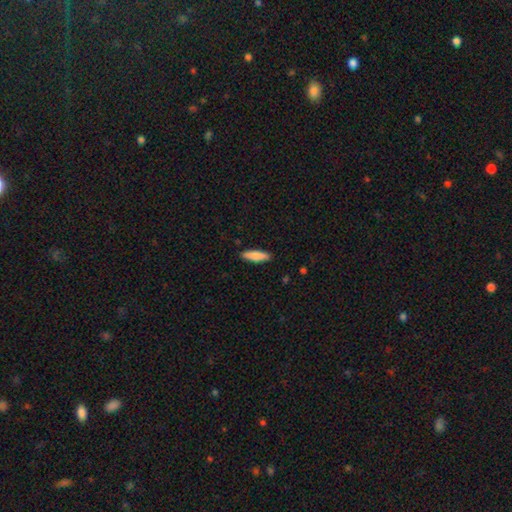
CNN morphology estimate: smooth 83%, featured or disk 12%, star or artifact 5%. Down the decision tree: how rounded — cigar-shaped (66%); merging — none (90%).